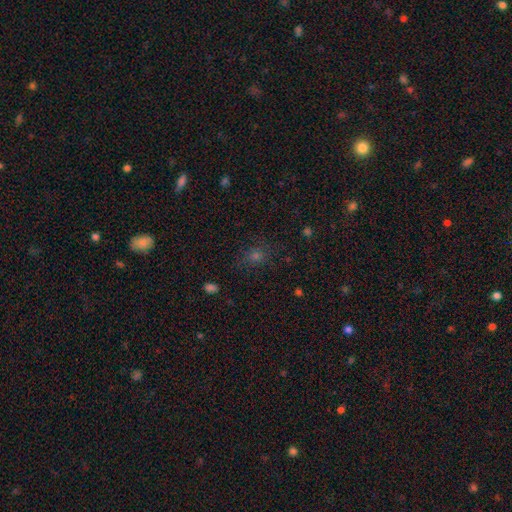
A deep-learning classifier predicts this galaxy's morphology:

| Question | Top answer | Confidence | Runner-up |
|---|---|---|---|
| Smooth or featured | smooth | 52% | star or artifact (37%) |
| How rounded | round | 64% | in between (34%) |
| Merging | none | 80% | minor disturbance (13%) |